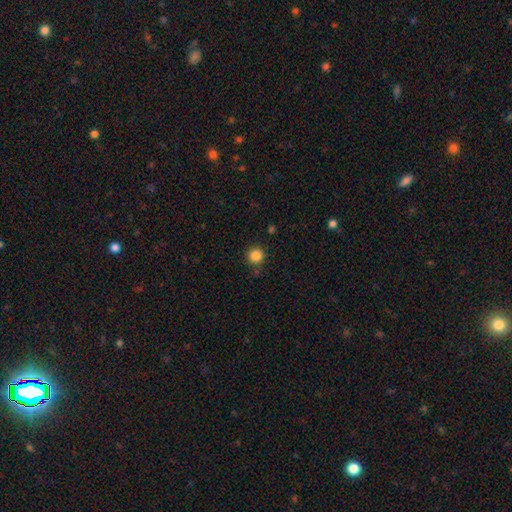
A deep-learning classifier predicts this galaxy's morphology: Smooth or featured?
  - smooth: 85% *
  - star or artifact: 11%
  - featured or disk: 3%
How rounded?
  - round: 95% *
  - in between: 4%
  - cigar-shaped: 1%
Merging?
  - none: 87% *
  - minor disturbance: 8%
  - merger: 3%
  - major disturbance: 2%